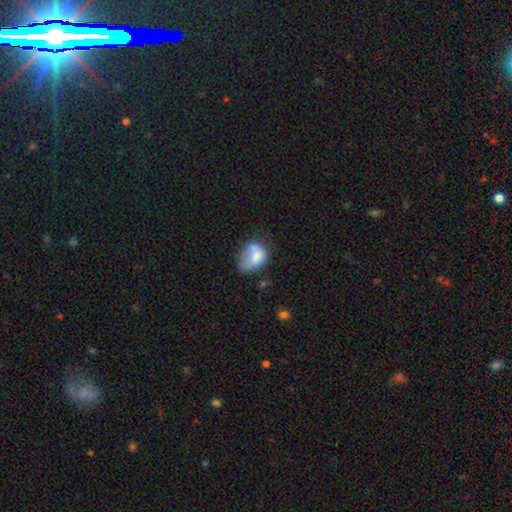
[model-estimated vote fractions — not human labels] Smooth or featured: smooth — 67% (featured or disk — 24%)
How rounded: in between — 68% (round — 31%)
Merging: none — 28% (tied with minor disturbance — 28%)